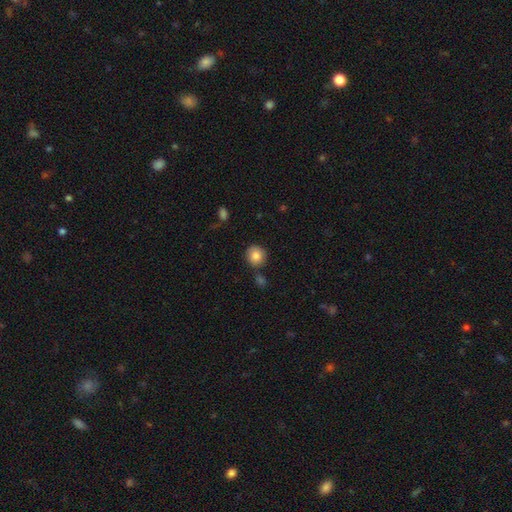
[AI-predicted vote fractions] The model was most divided on "merging": none: 79%, minor disturbance: 11%, merger: 6%, major disturbance: 3%. More confident: how rounded — round (88%); smooth or featured — smooth (85%).